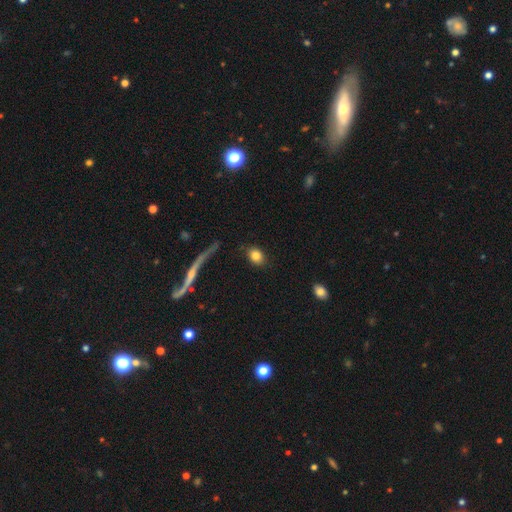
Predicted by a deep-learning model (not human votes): smooth 83%, featured or disk 9%, star or artifact 8%. Down the decision tree: how rounded — in between (53%); merging — none (84%).